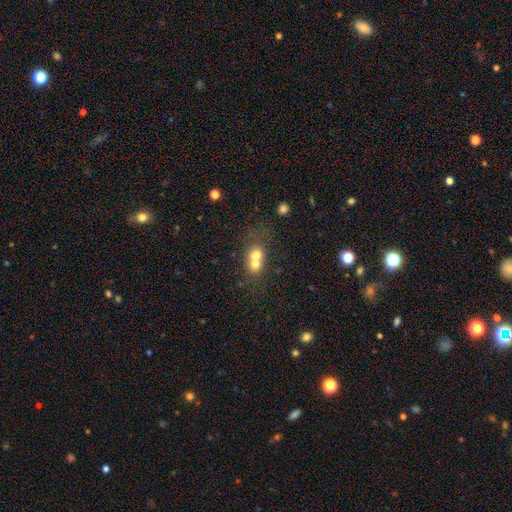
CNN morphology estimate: type=smooth (67%); roundness=round (64%); merging=merger (70%).